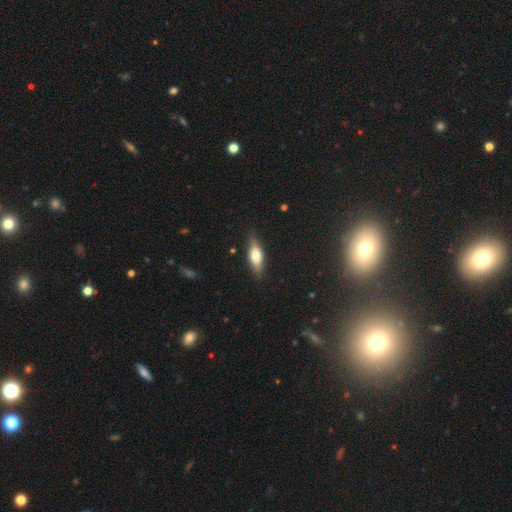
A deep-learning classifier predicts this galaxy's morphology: Smooth or featured?
  - smooth: 69% *
  - featured or disk: 25%
  - star or artifact: 6%
How rounded?
  - in between: 63% *
  - cigar-shaped: 34%
  - round: 2%
Merging?
  - none: 83% *
  - minor disturbance: 13%
  - major disturbance: 2%
  - merger: 1%